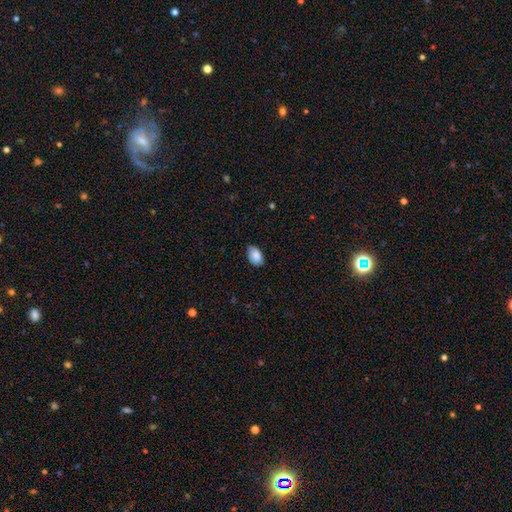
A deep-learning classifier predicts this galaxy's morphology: type=smooth (89%); roundness=in between (90%); merging=none (78%).